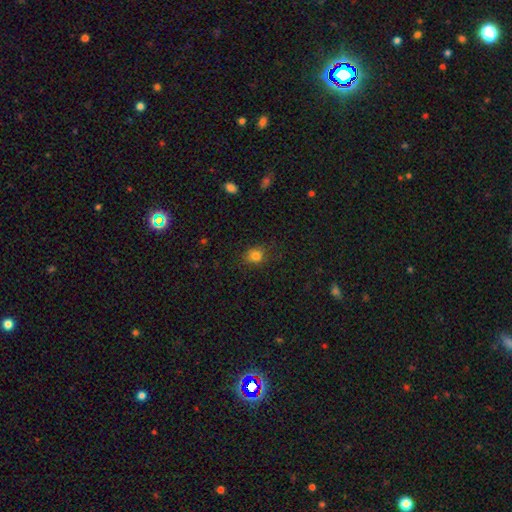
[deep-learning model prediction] Smooth or featured: smooth — 81% (star or artifact — 13%)
How rounded: round — 69% (in between — 30%)
Merging: none — 82% (minor disturbance — 13%)